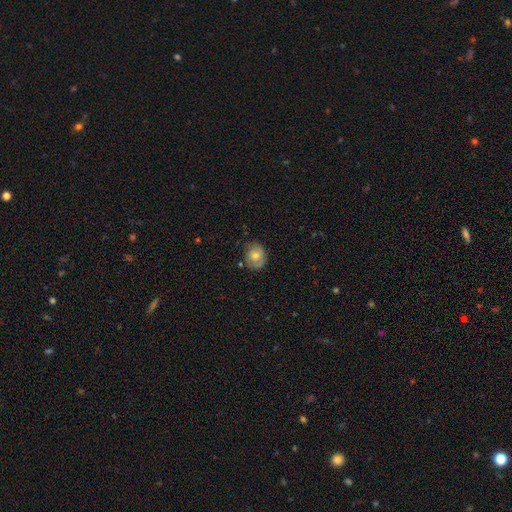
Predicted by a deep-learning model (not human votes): smooth_or_featured: smooth (p=0.61) [alt: featured or disk p=0.31]
how_rounded: round (p=0.58) [alt: in between p=0.41]
merging: none (p=0.69) [alt: minor disturbance p=0.22]